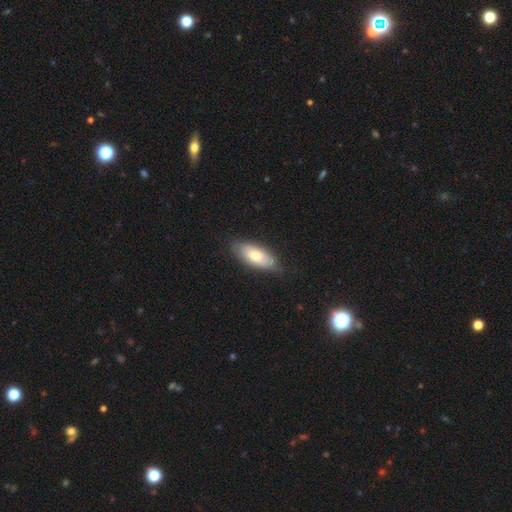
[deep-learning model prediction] smooth_or_featured: smooth (p=0.66) [alt: featured or disk p=0.28]
how_rounded: in between (p=0.85) [alt: cigar-shaped p=0.12]
merging: none (p=0.77) [alt: minor disturbance p=0.18]